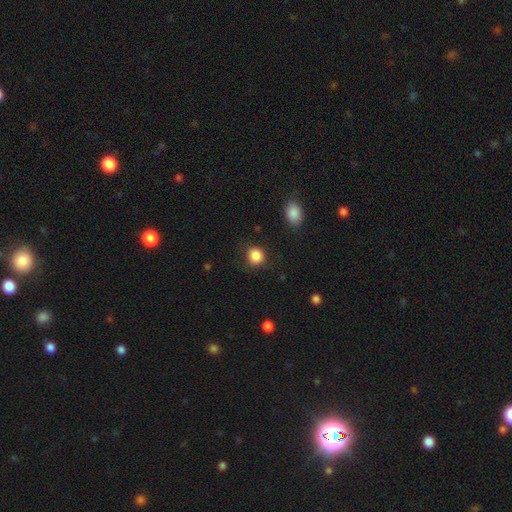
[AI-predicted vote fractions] Smooth or featured? Predicted: smooth (p=0.87). How rounded? Predicted: round (p=0.81). Merging? Predicted: none (p=0.80).